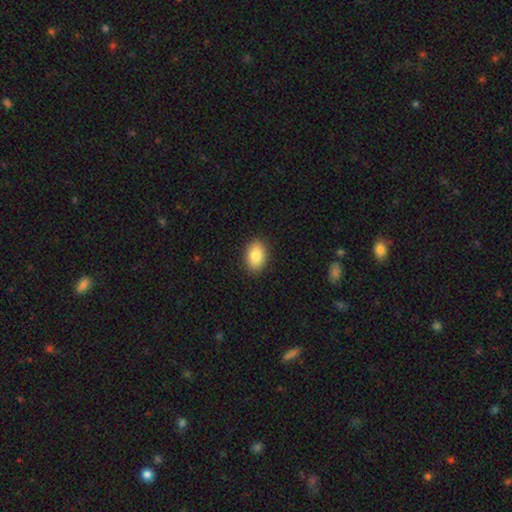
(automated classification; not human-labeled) Smooth or featured: smooth — 85% (featured or disk — 8%)
How rounded: in between — 86% (round — 13%)
Merging: none — 89% (minor disturbance — 8%)